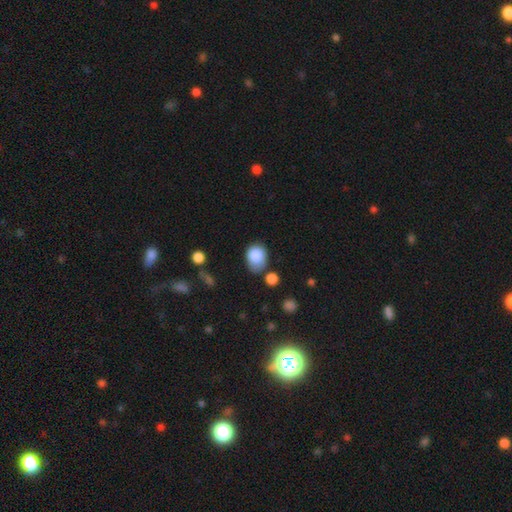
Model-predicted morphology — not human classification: This appears to be a smooth galaxy with no disk features (85%) that is in between round and cigar-shaped (63%). Merging: none (55%).